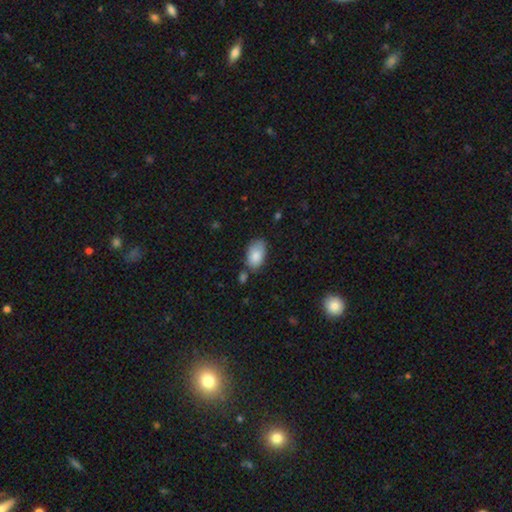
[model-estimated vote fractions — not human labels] The model was most divided on "merging": none: 64%, minor disturbance: 24%, merger: 8%, major disturbance: 5%. More confident: how rounded — in between (91%); smooth or featured — smooth (84%).